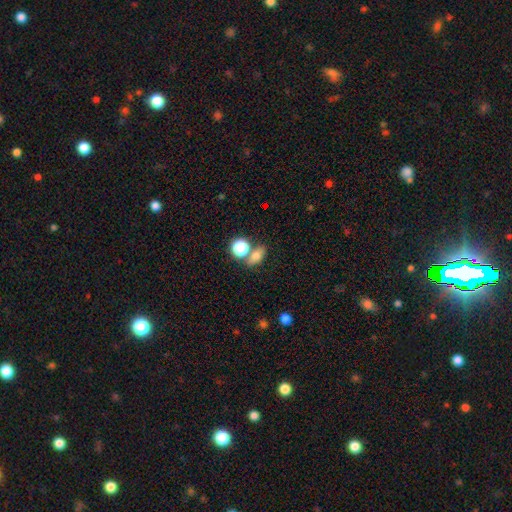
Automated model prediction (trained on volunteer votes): Morphology: type=smooth (72%); roundness=in between (63%); merging=none (59%).